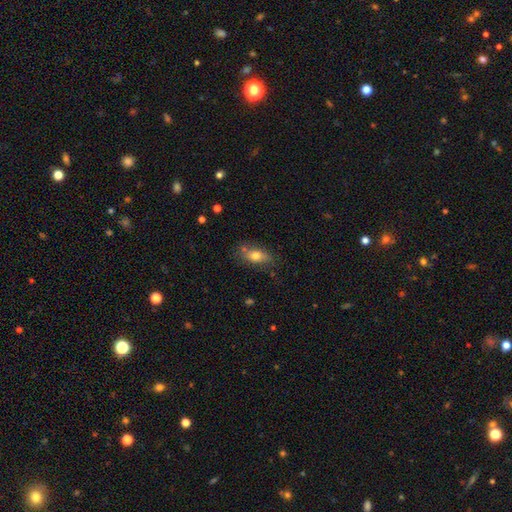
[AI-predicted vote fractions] smooth_or_featured: smooth (p=0.74) [alt: featured or disk p=0.17]
how_rounded: in between (p=0.80) [alt: cigar-shaped p=0.12]
merging: none (p=0.71) [alt: minor disturbance p=0.19]